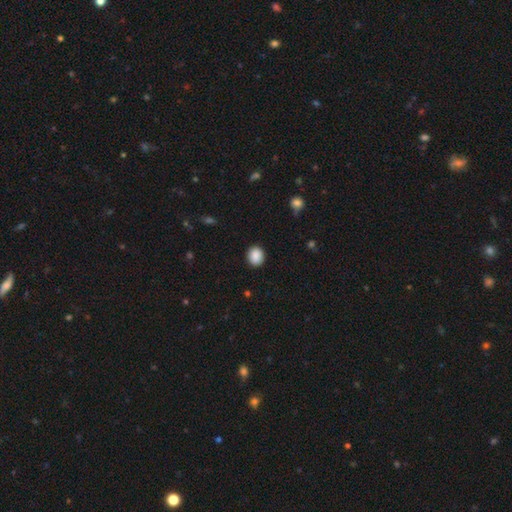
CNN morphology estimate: smooth-or-featured: smooth: 89% | star or artifact: 8% | featured or disk: 3%
  how-rounded: round: 74% | in between: 25% | cigar-shaped: 1%
  merging: none: 90% | minor disturbance: 7% | major disturbance: 2% | merger: 1%